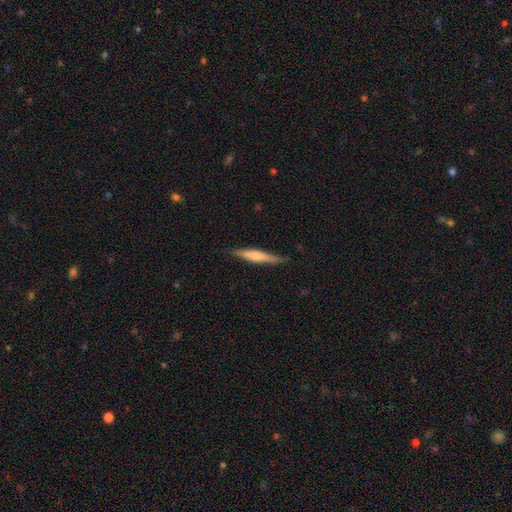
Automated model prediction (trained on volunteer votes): smooth-or-featured: smooth: 52% | featured or disk: 42% | star or artifact: 6%
  how-rounded: cigar-shaped: 90% | in between: 9% | round: 2%
  merging: none: 84% | minor disturbance: 13% | major disturbance: 2% | merger: 1%